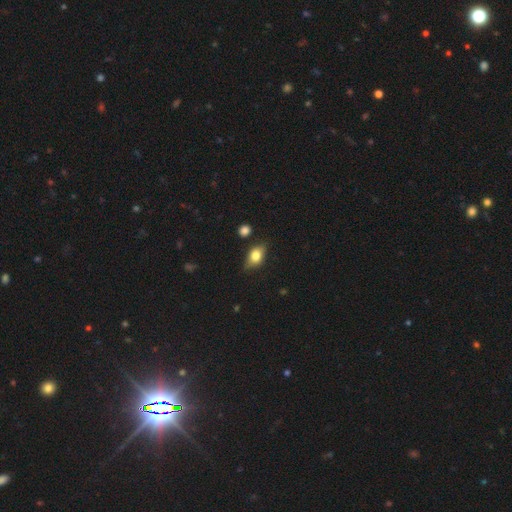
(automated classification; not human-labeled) This appears to be a smooth galaxy with no disk features (71%) that is in between round and cigar-shaped (77%). Merging: none (73%).